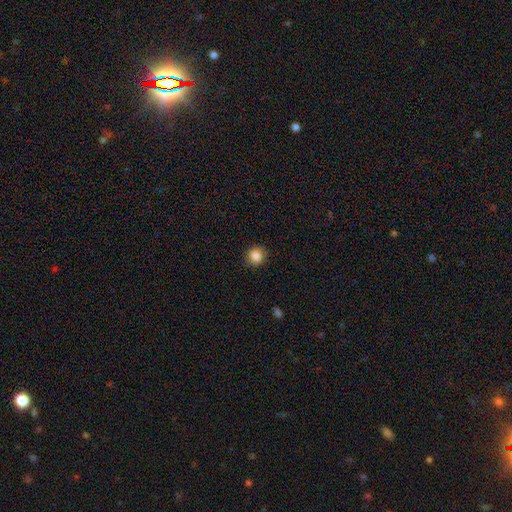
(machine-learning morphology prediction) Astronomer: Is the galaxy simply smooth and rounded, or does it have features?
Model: smooth — 86%.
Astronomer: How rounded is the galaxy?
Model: round — 87%.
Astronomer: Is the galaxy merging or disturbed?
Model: none — 88%.